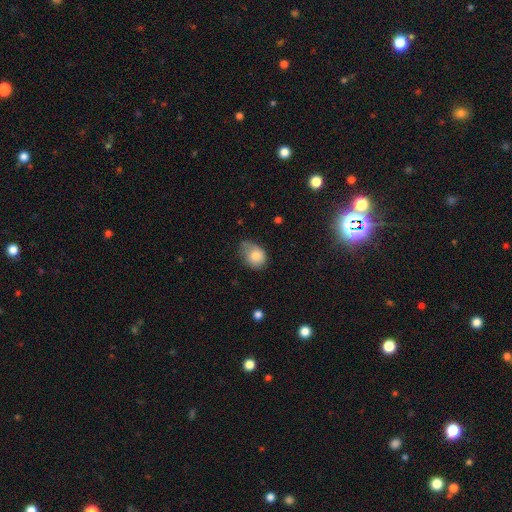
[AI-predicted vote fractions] Morphology: type=smooth (80%); roundness=in between (60%); merging=minor disturbance (43%).